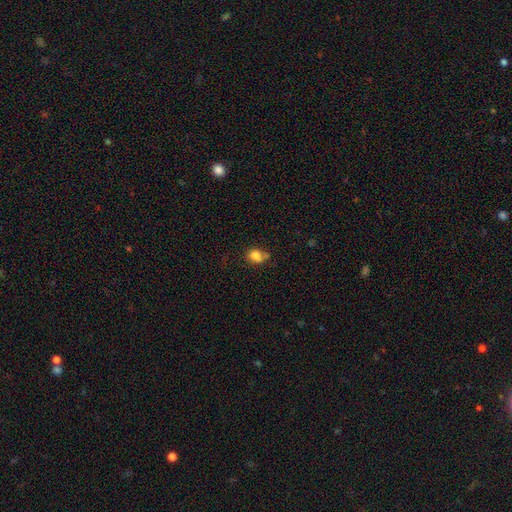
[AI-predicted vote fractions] Q: Smooth or featured?
A: smooth (79%); runner-up: star or artifact (12%)
Q: How rounded?
A: in between (53%); runner-up: round (45%)
Q: Merging?
A: none (46%); runner-up: minor disturbance (25%)